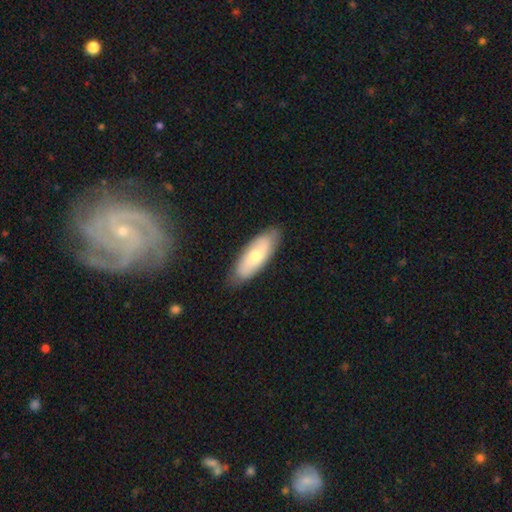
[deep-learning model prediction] Smooth or featured? Predicted: smooth (p=0.56). How rounded? Predicted: in between (p=0.70). Merging? Predicted: none (p=0.82).